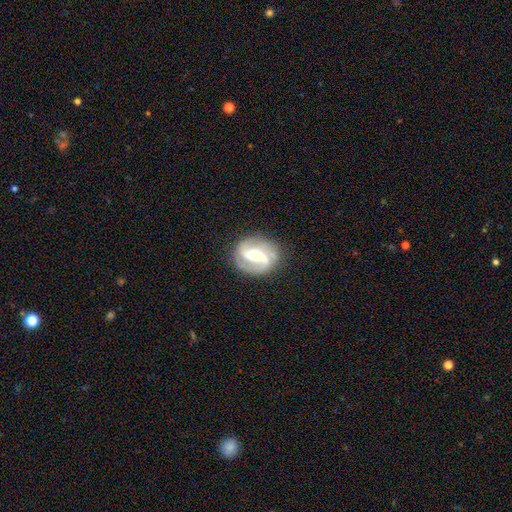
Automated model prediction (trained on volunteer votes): This is clearly a featured or disk galaxy (86%). It is clearly not viewed edge-on (98%). Bar: marginally weak (39%). Spiral arm pattern: clearly yes (96%). Spiral arm count: likely 2 (75%). Spiral winding: possibly medium (50%). Central bulge: possibly moderate (54%). Merging: likely none (79%).